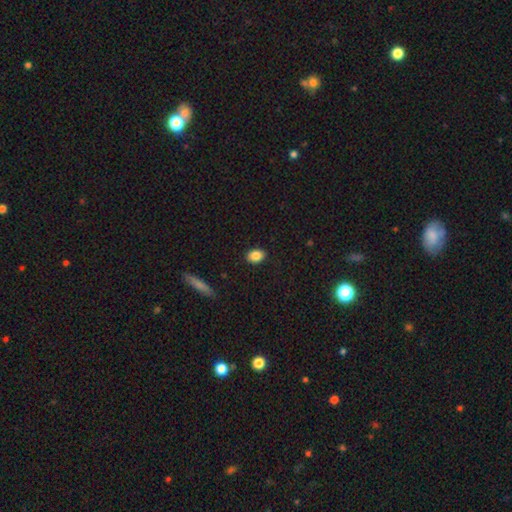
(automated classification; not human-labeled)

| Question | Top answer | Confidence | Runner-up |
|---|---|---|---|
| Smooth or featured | smooth | 86% | star or artifact (8%) |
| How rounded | in between | 73% | round (26%) |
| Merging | none | 90% | minor disturbance (7%) |